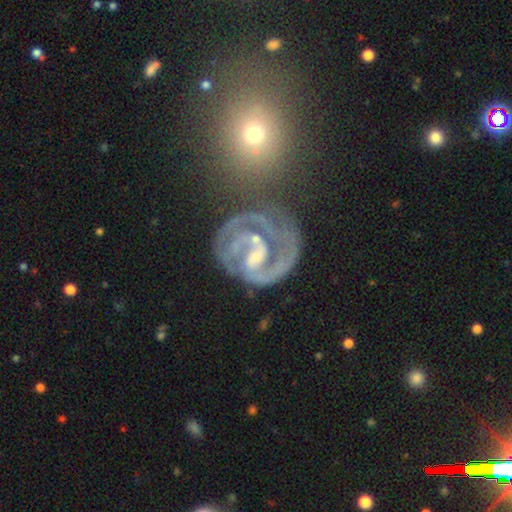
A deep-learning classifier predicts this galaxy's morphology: Smooth or featured? Predicted: featured or disk (p=0.86). Edge-on disk? Predicted: no (p=0.98). Bar? Predicted: weak (p=0.43). Spiral arms? Predicted: yes (p=0.90). Spiral winding? Predicted: tight (p=0.48). Spiral arm count? Predicted: 2 (p=0.55). Bulge size? Predicted: small (p=0.43). Merging? Predicted: none (p=0.39).